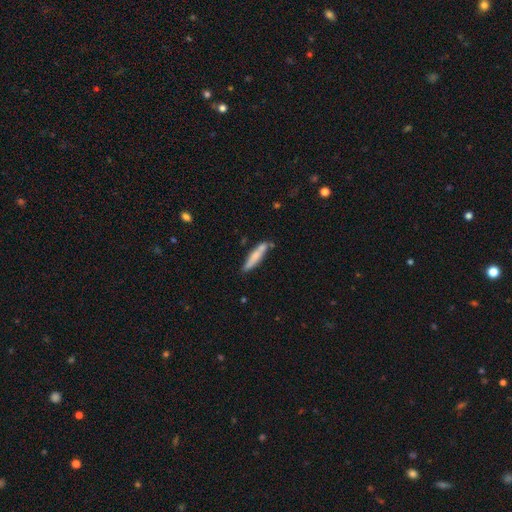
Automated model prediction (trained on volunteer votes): Smooth or featured? smooth (68%)
How rounded? cigar-shaped (88%)
Merging? none (71%)